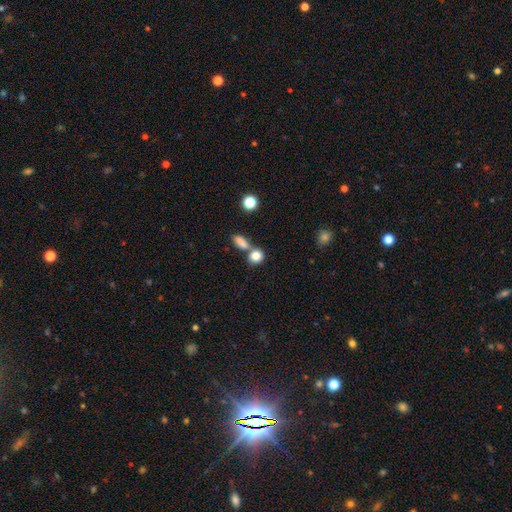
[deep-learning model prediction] Overall: smooth (84%). How rounded: round (66%; in between 31%). Merging: none (50%; merger 37%).